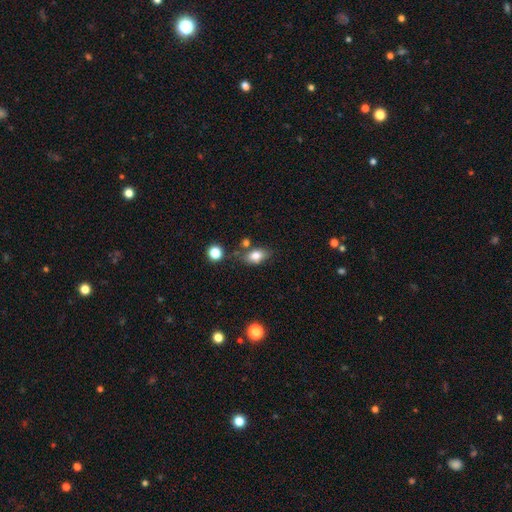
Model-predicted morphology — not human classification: Smooth or featured? smooth (80%)
How rounded? in between (83%)
Merging? none (68%)